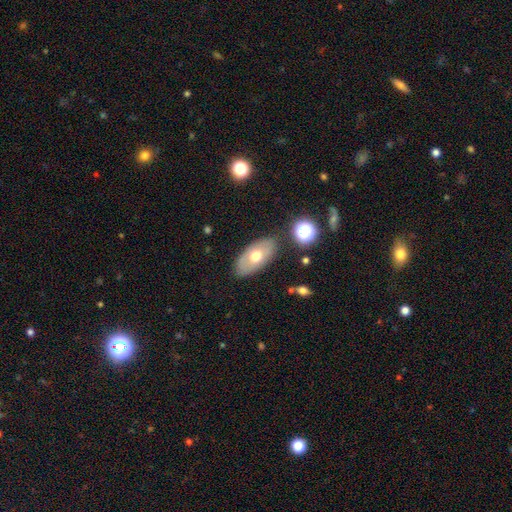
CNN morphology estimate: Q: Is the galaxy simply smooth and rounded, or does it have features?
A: smooth — 55%.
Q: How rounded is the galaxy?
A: in between — 91%.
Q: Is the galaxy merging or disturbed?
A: none — 81%.